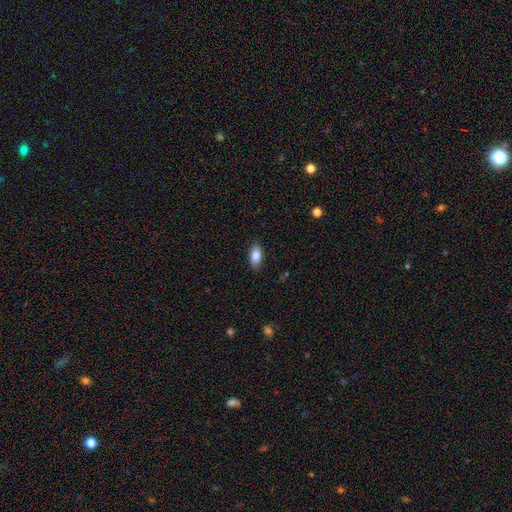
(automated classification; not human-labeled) The model was most divided on "merging": none: 87%, minor disturbance: 10%, major disturbance: 2%, merger: 1%. More confident: how rounded — in between (91%); smooth or featured — smooth (87%).